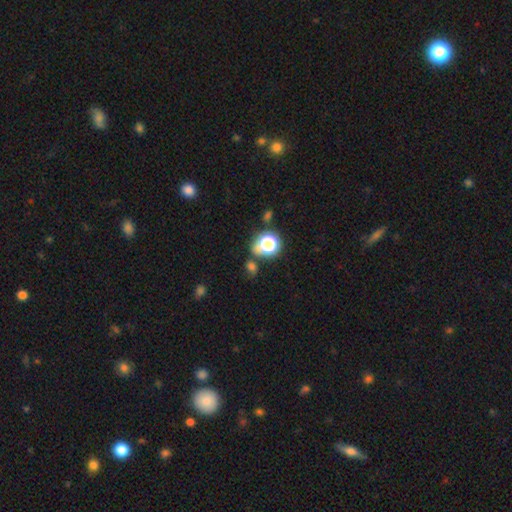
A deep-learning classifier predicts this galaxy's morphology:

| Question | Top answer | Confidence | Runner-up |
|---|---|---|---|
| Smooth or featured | star or artifact | 53% | smooth (38%) |